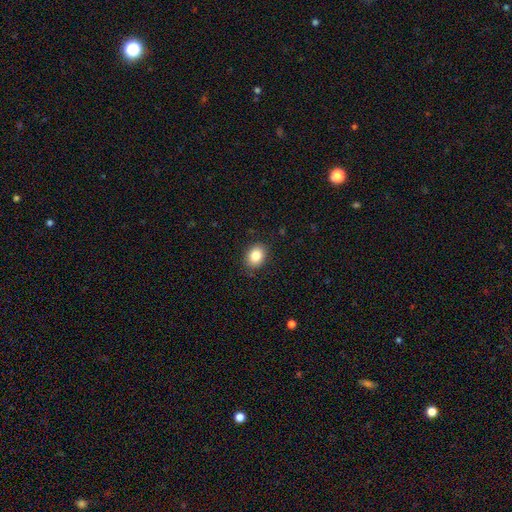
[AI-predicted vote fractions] smooth_or_featured: smooth (p=0.85) [alt: star or artifact p=0.09]
how_rounded: in between (p=0.59) [alt: round p=0.40]
merging: none (p=0.87) [alt: minor disturbance p=0.10]